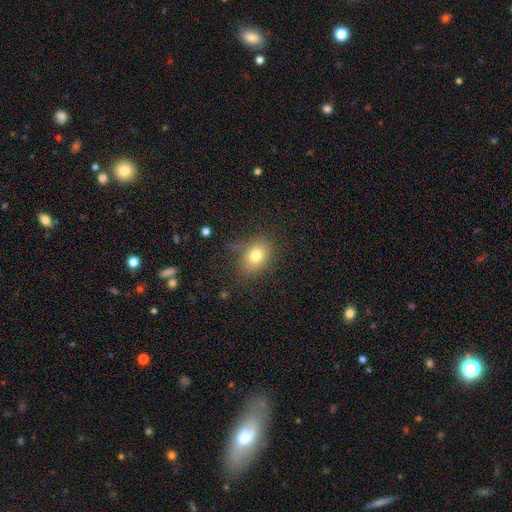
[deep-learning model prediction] A smooth galaxy with no disk features (77%) that is in between round and cigar-shaped (57%).

Vote fractions:
- Smooth or featured? smooth: 77% / star or artifact: 12% / featured or disk: 11%
- How rounded? in between: 57% / round: 42% / cigar-shaped: 1%
- Merging? none: 76% / minor disturbance: 16% / major disturbance: 6% / merger: 2%